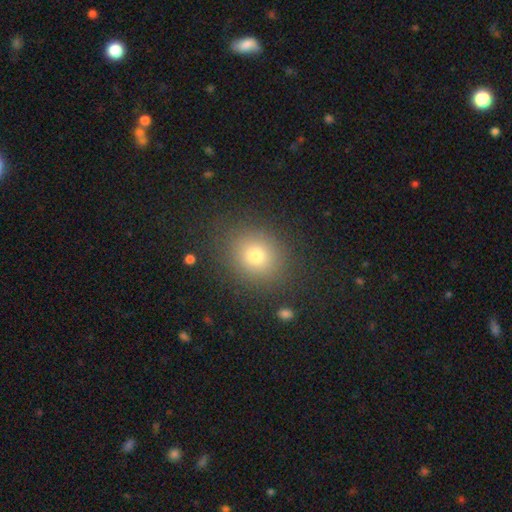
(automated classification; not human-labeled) Smooth or featured? smooth (75%)
How rounded? round (72%)
Merging? none (86%)